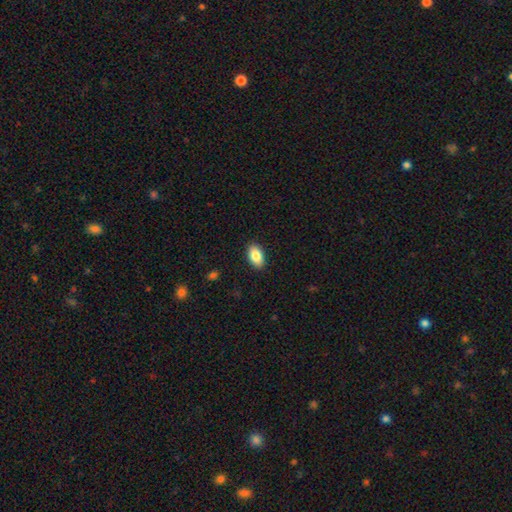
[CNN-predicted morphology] Smooth or featured: smooth — 86% (featured or disk — 7%)
How rounded: in between — 94% (round — 4%)
Merging: none — 90% (minor disturbance — 7%)